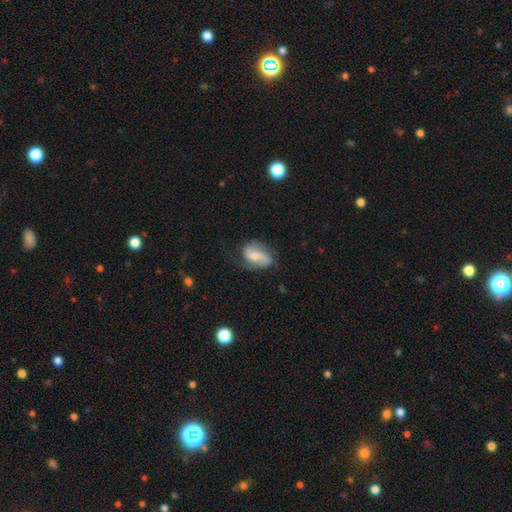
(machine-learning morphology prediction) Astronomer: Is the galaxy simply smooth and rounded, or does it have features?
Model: featured or disk — 68%.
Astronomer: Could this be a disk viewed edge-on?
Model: no — 97%.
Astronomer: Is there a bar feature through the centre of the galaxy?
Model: no — 44% (runner-up: weak, 40%).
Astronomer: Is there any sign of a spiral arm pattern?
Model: yes — 93%.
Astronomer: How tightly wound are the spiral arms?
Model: medium — 41%, tied with loose at 41%.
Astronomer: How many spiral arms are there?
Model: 2 — 83%.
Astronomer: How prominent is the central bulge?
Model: small — 42% (runner-up: moderate, 41%).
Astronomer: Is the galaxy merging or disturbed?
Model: none — 61%.